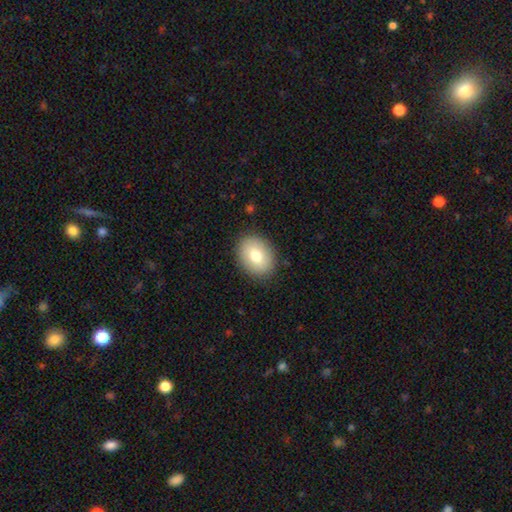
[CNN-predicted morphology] This appears to be a smooth galaxy with no disk features (76%) that is in between round and cigar-shaped (62%). Merging: none (88%).